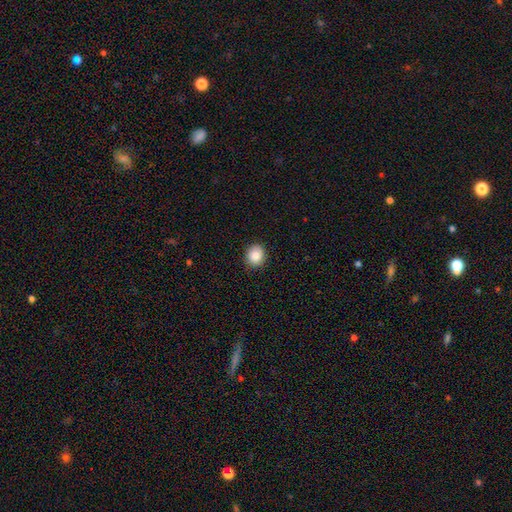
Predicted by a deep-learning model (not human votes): smooth-or-featured: smooth: 84% | star or artifact: 9% | featured or disk: 7%
  how-rounded: round: 81% | in between: 18% | cigar-shaped: 1%
  merging: none: 89% | minor disturbance: 8% | major disturbance: 2% | merger: 1%